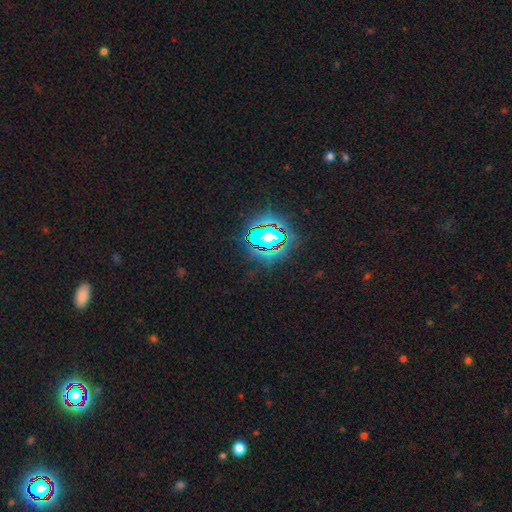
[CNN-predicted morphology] Smooth or featured? Predicted: star or artifact (p=0.82).